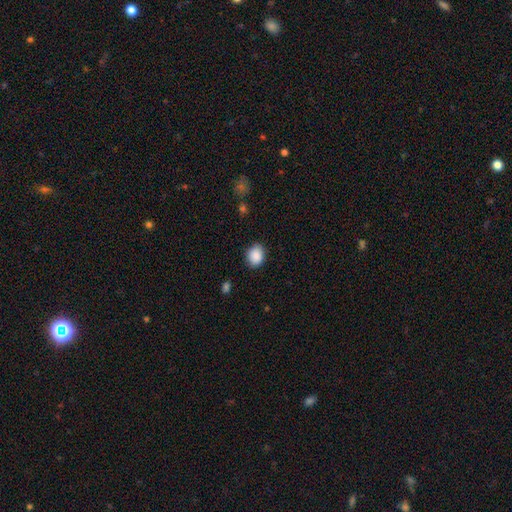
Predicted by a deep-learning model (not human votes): A smooth galaxy with no disk features (89%) that is round (52%).

Vote fractions:
- Smooth or featured? smooth: 89% / star or artifact: 8% / featured or disk: 3%
- How rounded? round: 52% / in between: 47% / cigar-shaped: 1%
- Merging? none: 85% / minor disturbance: 11% / major disturbance: 3% / merger: 1%